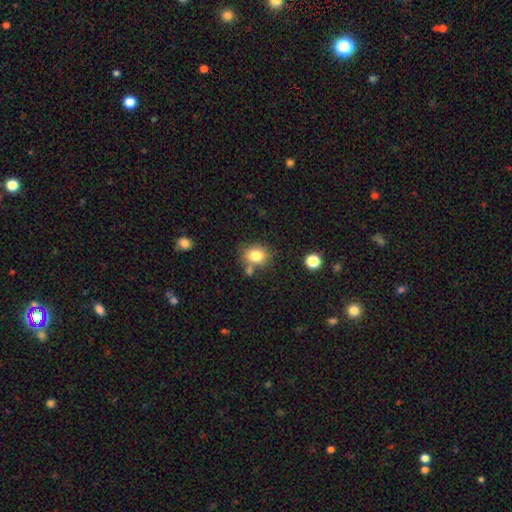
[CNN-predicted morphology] This is clearly a smooth galaxy (81%). How rounded: possibly in between (50%). Merging: likely none (66%).